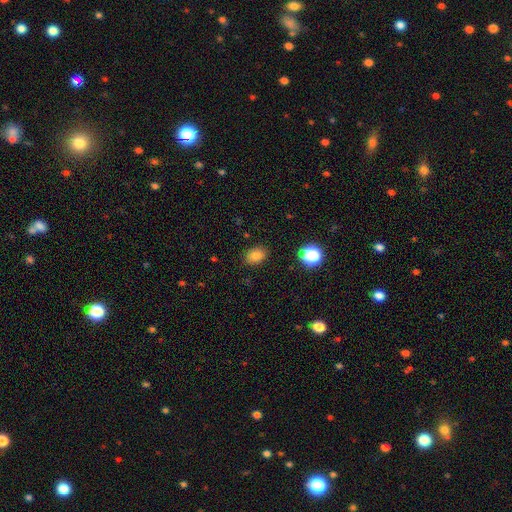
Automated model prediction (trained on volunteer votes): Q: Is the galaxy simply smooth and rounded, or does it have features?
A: smooth — 80%.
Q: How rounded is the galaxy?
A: in between — 71%.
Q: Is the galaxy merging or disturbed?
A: none — 86%.